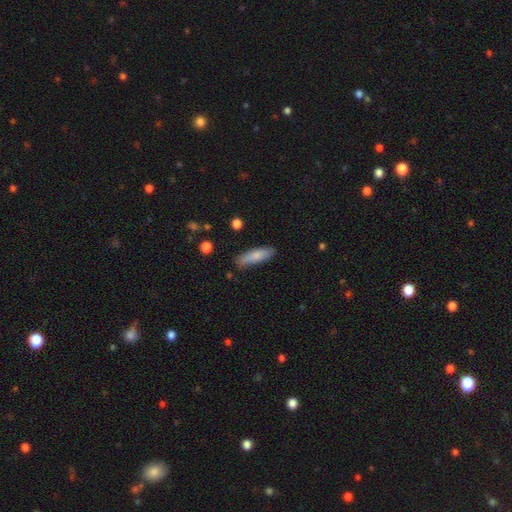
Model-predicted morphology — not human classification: Smooth or featured? Predicted: smooth (p=0.78). How rounded? Predicted: cigar-shaped (p=0.65). Merging? Predicted: none (p=0.81).